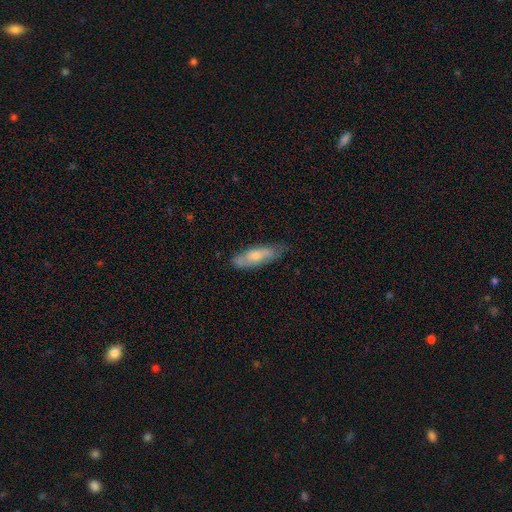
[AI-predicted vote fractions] Smooth or featured? smooth (62%)
How rounded? in between (51%)
Merging? none (72%)